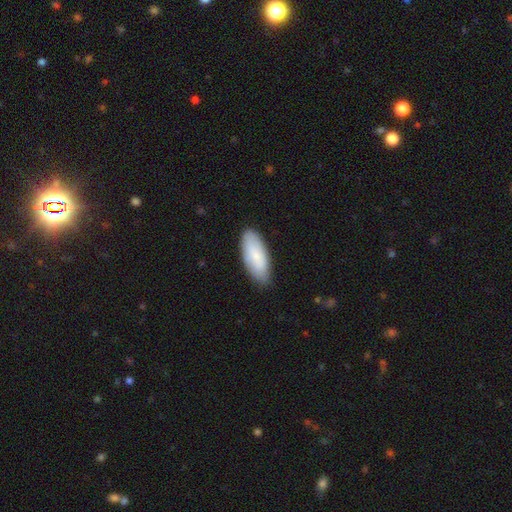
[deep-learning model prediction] Morphology: type=smooth (77%); roundness=in between (82%); merging=none (82%).